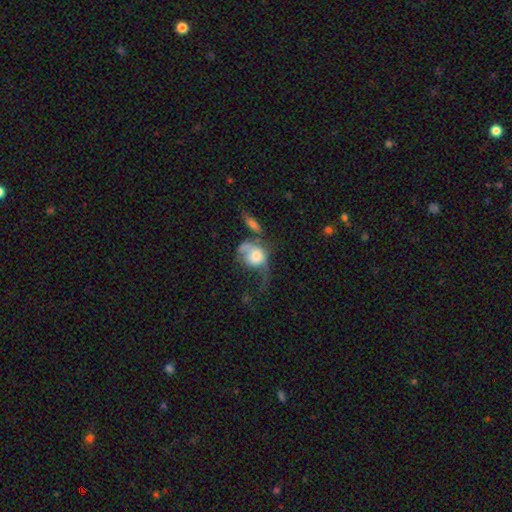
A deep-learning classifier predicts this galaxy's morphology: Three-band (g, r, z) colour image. It shows a smooth galaxy with no disk features (56%) that is round (52%). Merging: major disturbance (45%).